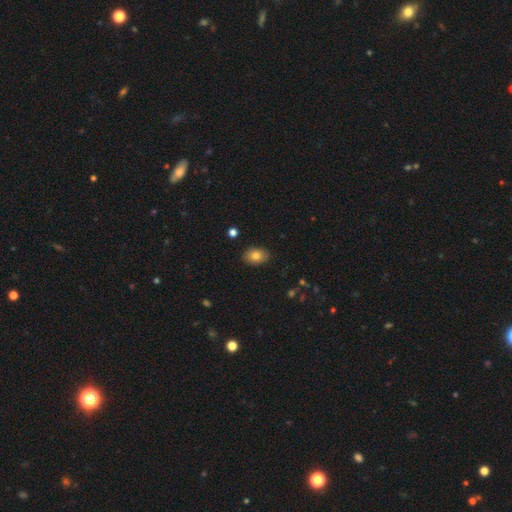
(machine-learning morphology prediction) smooth_or_featured: smooth (p=0.79) [alt: featured or disk p=0.12]
how_rounded: in between (p=0.79) [alt: round p=0.20]
merging: none (p=0.87) [alt: minor disturbance p=0.10]